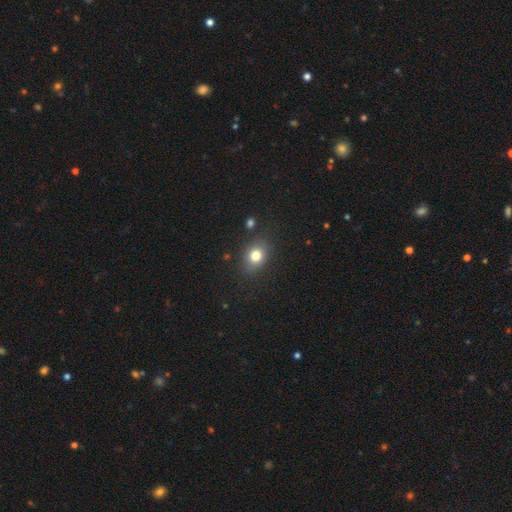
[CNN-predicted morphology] This is likely a smooth galaxy (79%). How rounded: possibly in between (52%). Merging: clearly none (81%).